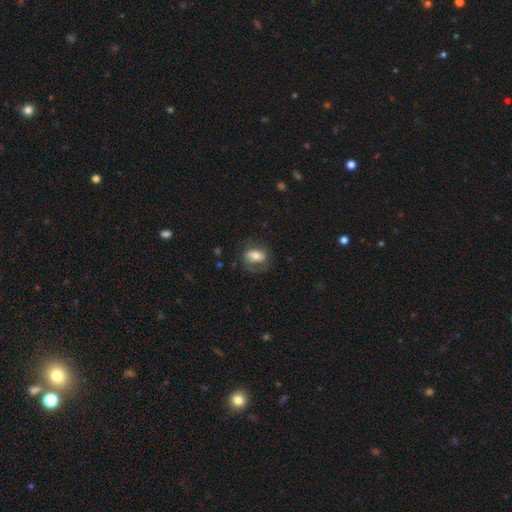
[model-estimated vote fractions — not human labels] A smooth galaxy with no disk features (54%) that is in between round and cigar-shaped (71%).

Vote fractions:
- Smooth or featured? smooth: 54% / featured or disk: 38% / star or artifact: 8%
- How rounded? in between: 71% / round: 27% / cigar-shaped: 2%
- Merging? none: 56% / minor disturbance: 23% / major disturbance: 19% / merger: 1%